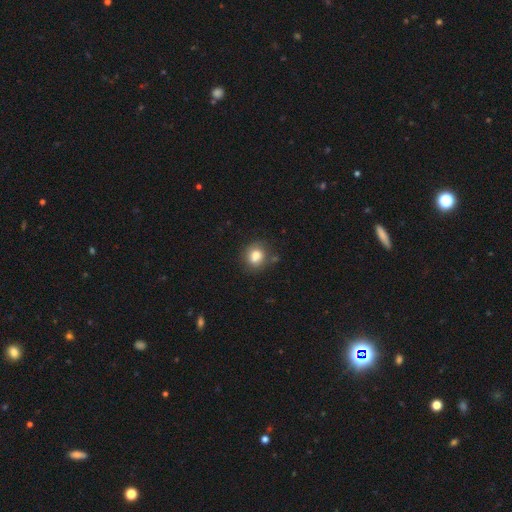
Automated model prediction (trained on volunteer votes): Smooth or featured?
  - smooth: 79% *
  - featured or disk: 11%
  - star or artifact: 10%
How rounded?
  - round: 64% *
  - in between: 35%
  - cigar-shaped: 1%
Merging?
  - none: 64% *
  - minor disturbance: 21%
  - merger: 8%
  - major disturbance: 6%